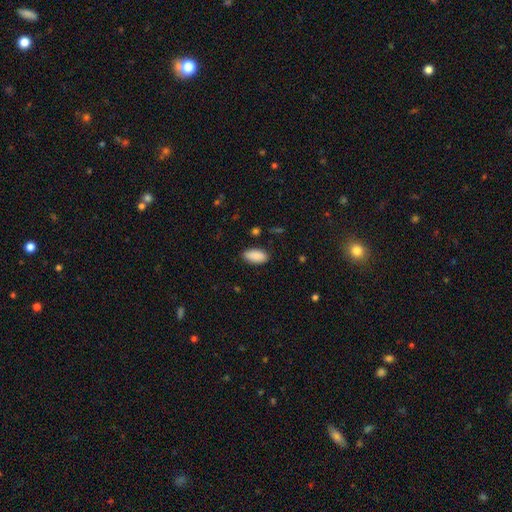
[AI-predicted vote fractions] Smooth or featured? smooth (89%)
How rounded? in between (93%)
Merging? none (85%)